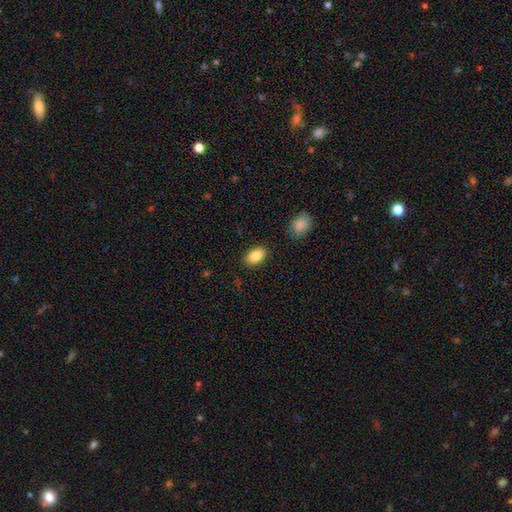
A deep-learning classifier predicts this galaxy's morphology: Q: Smooth or featured?
A: smooth (85%); runner-up: star or artifact (8%)
Q: How rounded?
A: in between (91%); runner-up: round (7%)
Q: Merging?
A: none (87%); runner-up: minor disturbance (9%)